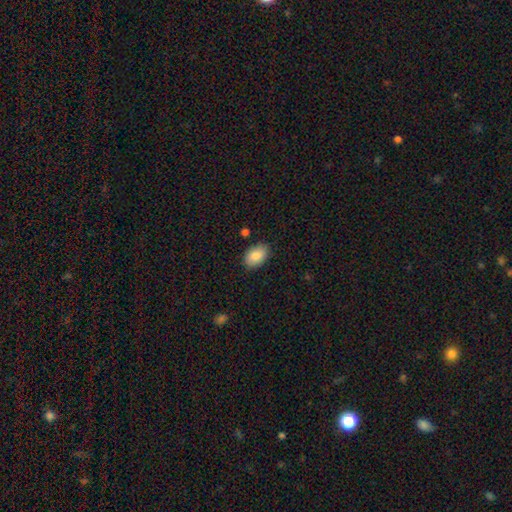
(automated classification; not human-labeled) The model was most divided on "merging": none: 85%, minor disturbance: 11%, major disturbance: 2%, merger: 2%. More confident: how rounded — in between (89%); smooth or featured — smooth (86%).